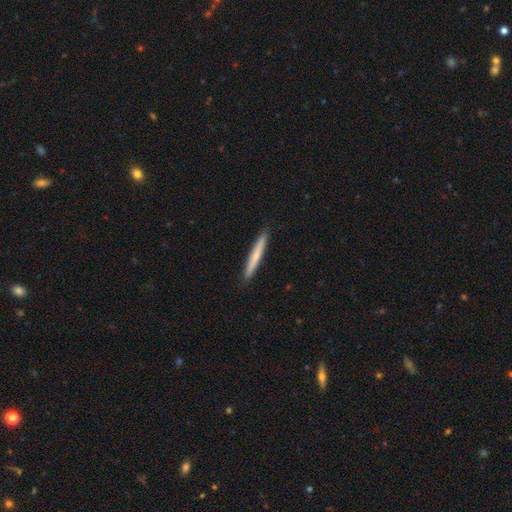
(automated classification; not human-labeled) The model was most divided on "smooth or featured": smooth: 67%, featured or disk: 28%, star or artifact: 5%. More confident: how rounded — cigar-shaped (96%); merging — none (92%).